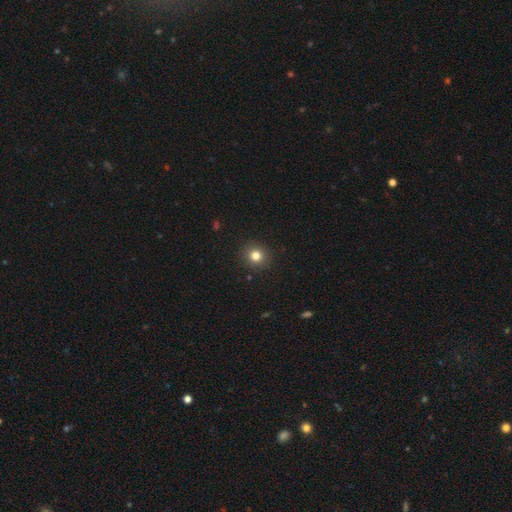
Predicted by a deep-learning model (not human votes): A smooth galaxy with no disk features (81%) that is round (89%). Merging: none (91%).